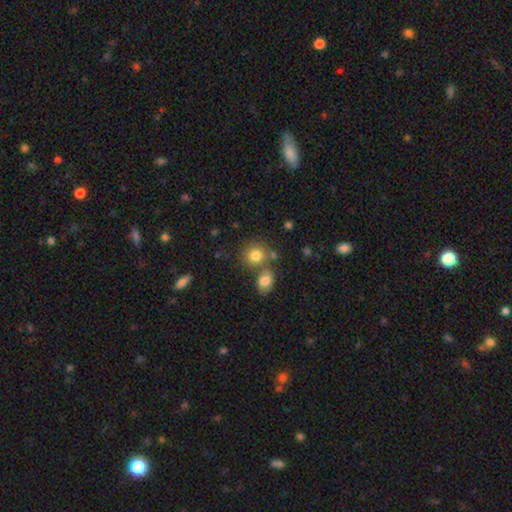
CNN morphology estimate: smooth_or_featured: smooth (p=0.81) [alt: star or artifact p=0.11]
how_rounded: round (p=0.81) [alt: in between p=0.18]
merging: none (p=0.59) [alt: merger p=0.27]